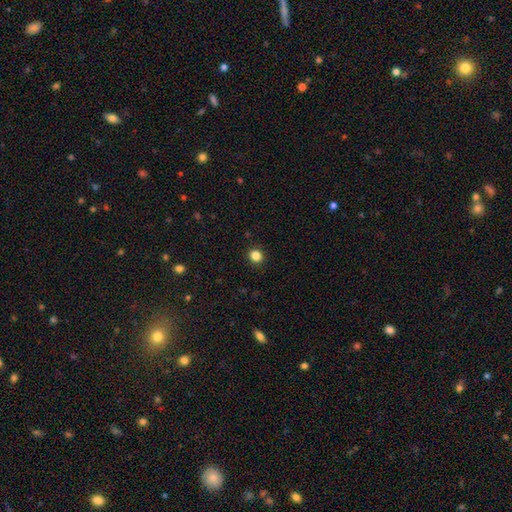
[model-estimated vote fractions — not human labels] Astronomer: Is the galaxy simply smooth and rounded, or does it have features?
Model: smooth — 84%.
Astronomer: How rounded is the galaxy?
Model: round — 86%.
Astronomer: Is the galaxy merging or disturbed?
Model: none — 92%.